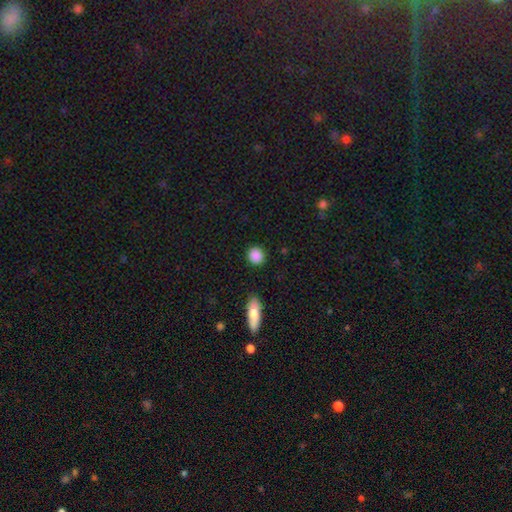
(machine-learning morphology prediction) type=smooth (89%); roundness=round (87%); merging=none (89%).